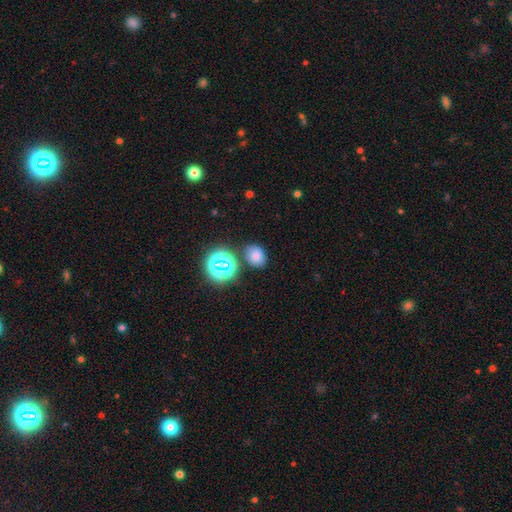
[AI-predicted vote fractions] A smooth galaxy with no disk features (71%) that is in between round and cigar-shaped (60%). Merging: none (79%).